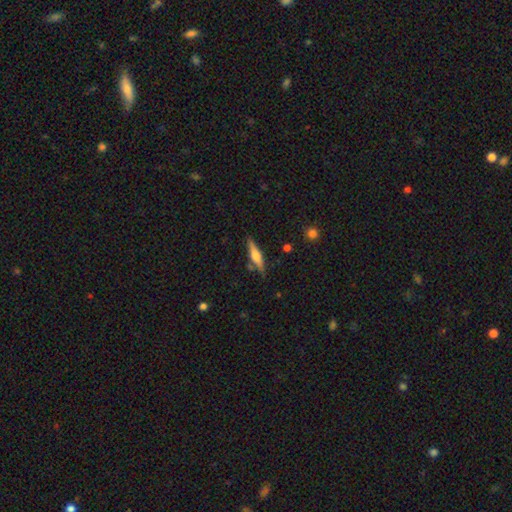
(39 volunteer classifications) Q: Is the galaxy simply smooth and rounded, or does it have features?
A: featured or disk — 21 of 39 (54%).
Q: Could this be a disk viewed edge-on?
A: yes — 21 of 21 (100%).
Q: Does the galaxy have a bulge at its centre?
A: rounded — 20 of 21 (95%).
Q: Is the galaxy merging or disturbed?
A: none — 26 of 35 (74%).